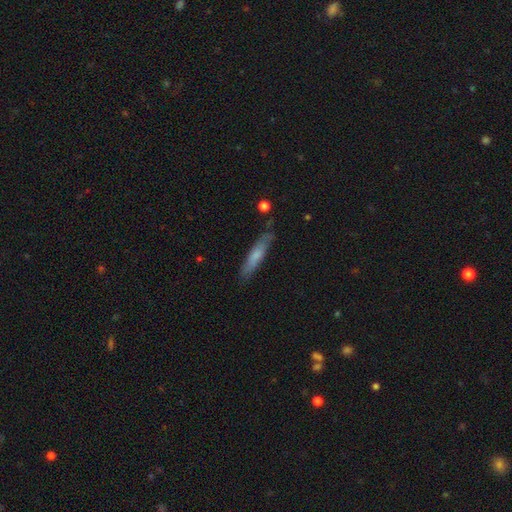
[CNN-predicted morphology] A smooth galaxy with no disk features (62%) that is cigar-shaped (86%). Merging: none (78%).